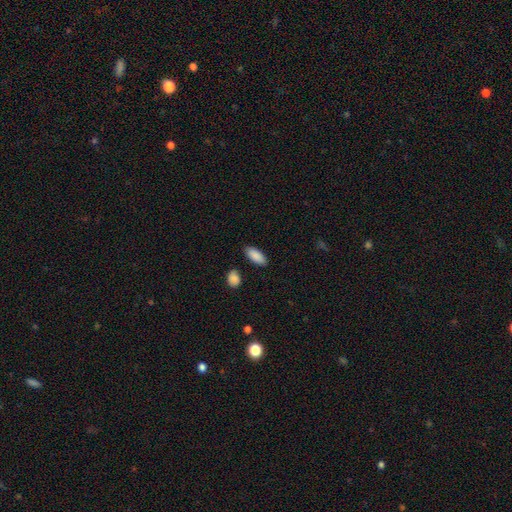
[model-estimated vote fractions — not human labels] Morphology: type=smooth (89%); roundness=in between (85%); merging=none (86%).